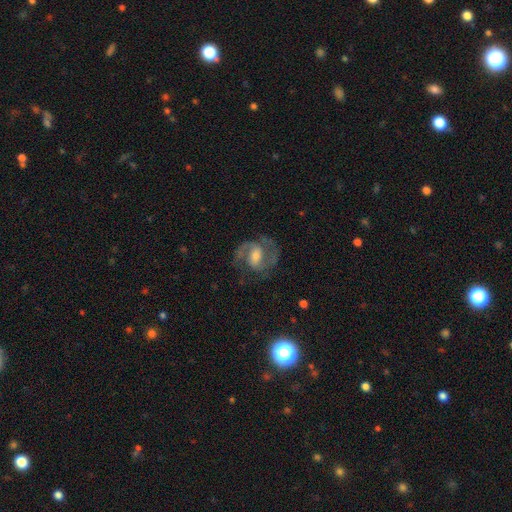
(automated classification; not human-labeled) smooth_or_featured: featured or disk (p=0.86) [alt: smooth p=0.08]
disk_edge_on: no (p=0.98) [alt: yes p=0.02]
bar: weak (p=0.51) [alt: no p=0.26]
has_spiral_arms: yes (p=0.96) [alt: no p=0.04]
spiral_winding: medium (p=0.60) [alt: tight p=0.25]
spiral_arm_count: 2 (p=0.88) [alt: can't tell p=0.04]
bulge_size: moderate (p=0.48) [alt: small p=0.34]
merging: none (p=0.74) [alt: minor disturbance p=0.14]